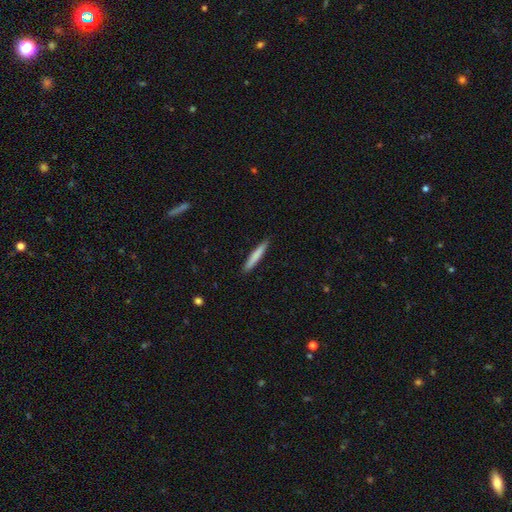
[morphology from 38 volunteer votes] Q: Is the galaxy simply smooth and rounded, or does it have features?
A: smooth — 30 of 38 (79%).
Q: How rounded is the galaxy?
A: cigar-shaped — 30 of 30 (100%).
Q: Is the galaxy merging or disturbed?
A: none — 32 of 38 (84%).